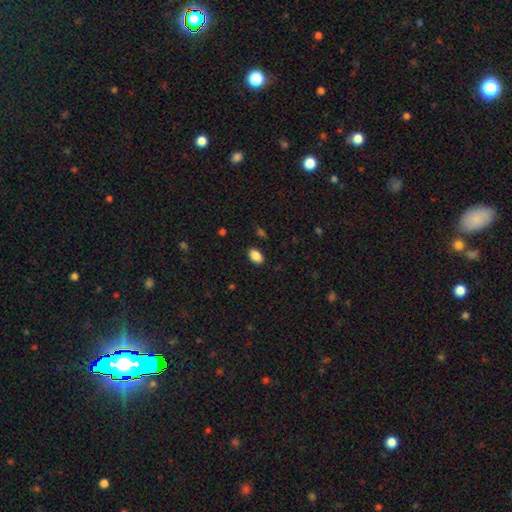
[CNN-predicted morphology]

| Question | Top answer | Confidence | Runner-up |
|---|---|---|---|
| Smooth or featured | smooth | 87% | star or artifact (8%) |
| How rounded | in between | 91% | round (8%) |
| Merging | none | 88% | minor disturbance (9%) |